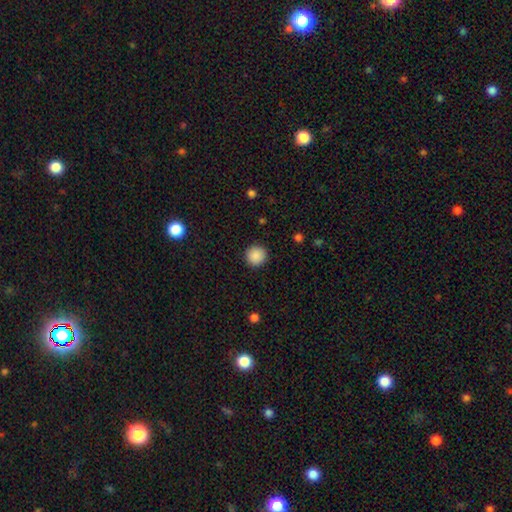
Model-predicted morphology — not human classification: smooth 88%, star or artifact 9%, featured or disk 3%. Down the decision tree: how rounded — round (95%); merging — none (92%).